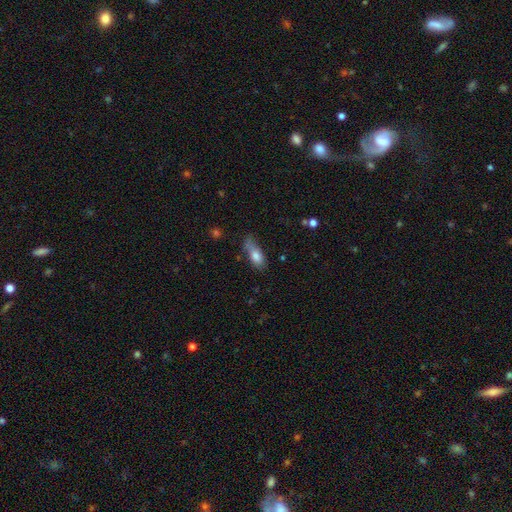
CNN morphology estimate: Smooth or featured: smooth — 77% (featured or disk — 15%)
How rounded: in between — 76% (cigar-shaped — 20%)
Merging: none — 47% (minor disturbance — 35%)